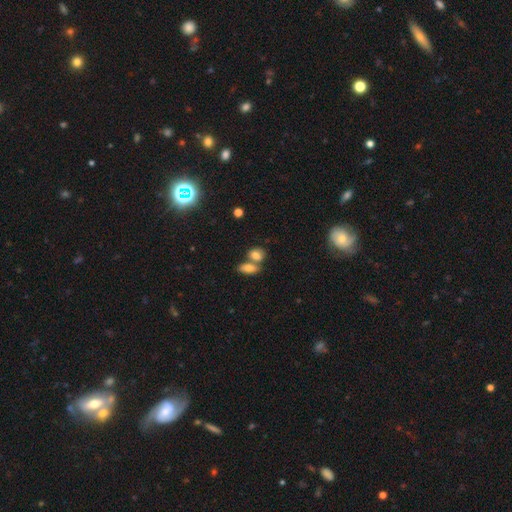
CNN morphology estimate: Overall: smooth (79%). How rounded: in between (74%). Merging: merger (45%; none 40%).